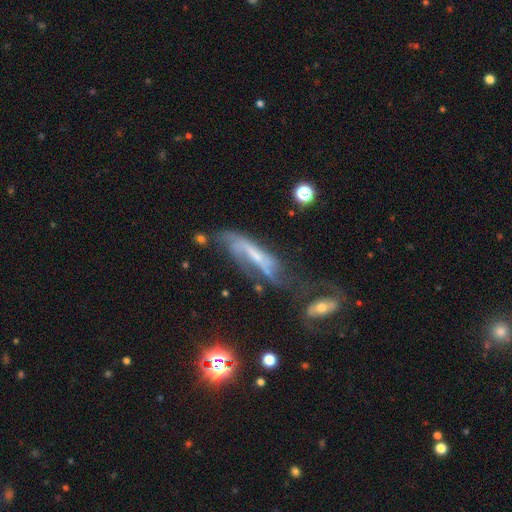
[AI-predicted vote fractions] Smooth or featured? featured or disk (64%)
Edge-on disk? no (60%)
Merging? none (31%)